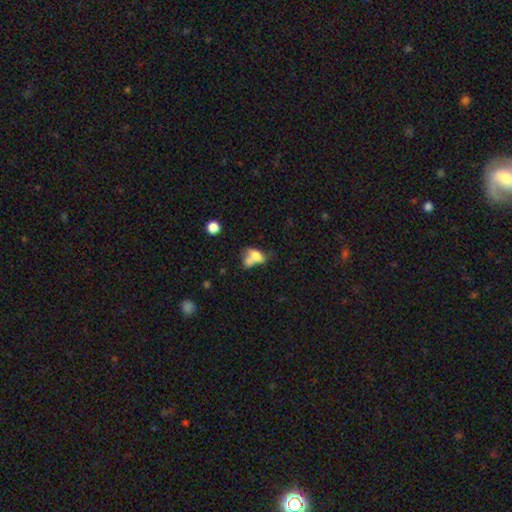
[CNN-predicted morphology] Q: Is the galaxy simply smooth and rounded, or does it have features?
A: smooth — 68%.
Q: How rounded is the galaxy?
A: in between — 81%.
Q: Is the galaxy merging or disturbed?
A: merger — 52%.